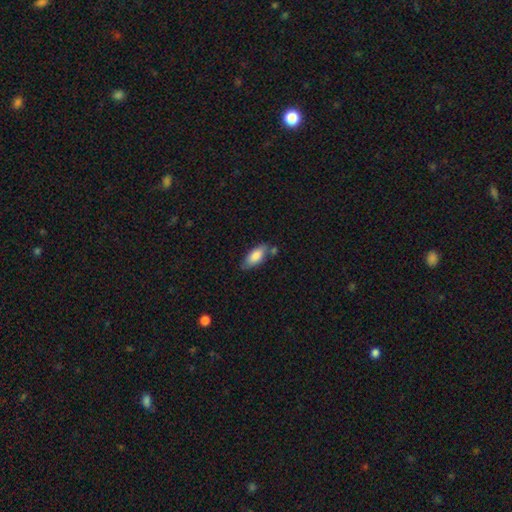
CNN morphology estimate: This appears to be a smooth galaxy with no disk features (82%) that is in between round and cigar-shaped (82%). Merging: none (65%).